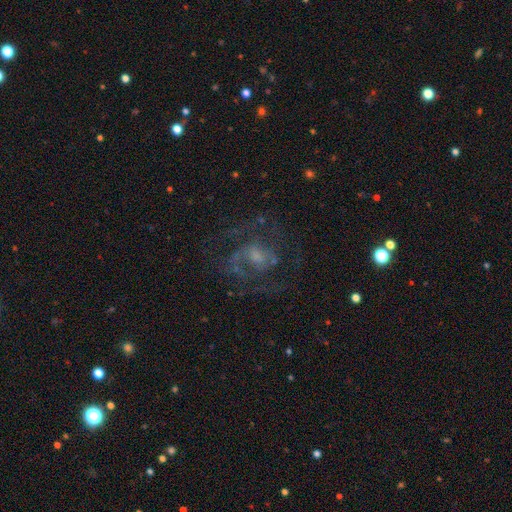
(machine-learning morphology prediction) The model was most divided on "bulge size": moderate: 40%, small: 38%, none: 14%, large: 7%, dominant: 1%. Remaining: edge-on disk — no (97%); spiral arms — yes (81%); smooth or featured — featured or disk (75%); merging — none (60%); bar — no (55%); spiral winding — medium (51%); spiral arm count — 2 (47%).